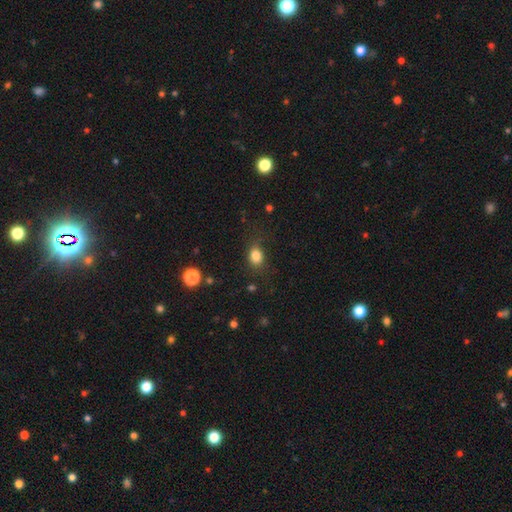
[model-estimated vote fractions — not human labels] Q: Smooth or featured?
A: smooth (83%); runner-up: star or artifact (11%)
Q: How rounded?
A: in between (55%); runner-up: round (43%)
Q: Merging?
A: none (66%); runner-up: minor disturbance (23%)